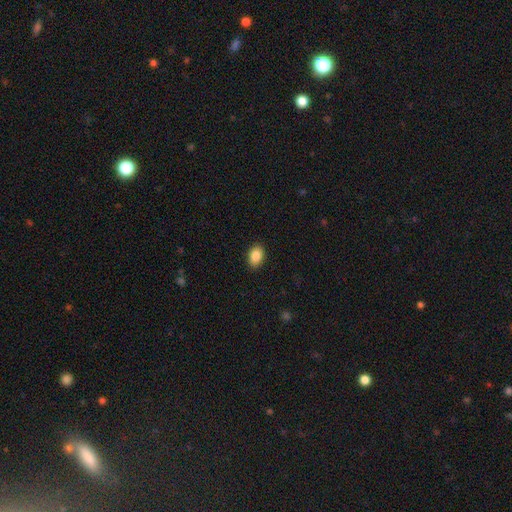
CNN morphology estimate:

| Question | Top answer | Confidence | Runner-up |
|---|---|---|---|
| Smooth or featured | smooth | 87% | star or artifact (8%) |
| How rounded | in between | 86% | round (13%) |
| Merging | none | 89% | minor disturbance (8%) |